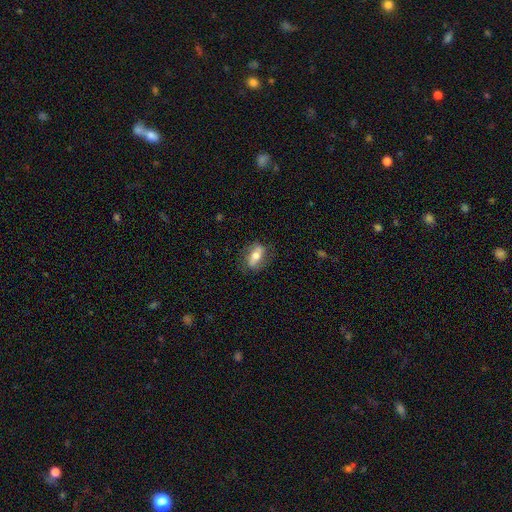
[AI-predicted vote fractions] smooth-or-featured: smooth: 52% | featured or disk: 41% | star or artifact: 7%
  how-rounded: in between: 78% | cigar-shaped: 13% | round: 9%
  merging: none: 77% | minor disturbance: 16% | major disturbance: 6% | merger: 1%